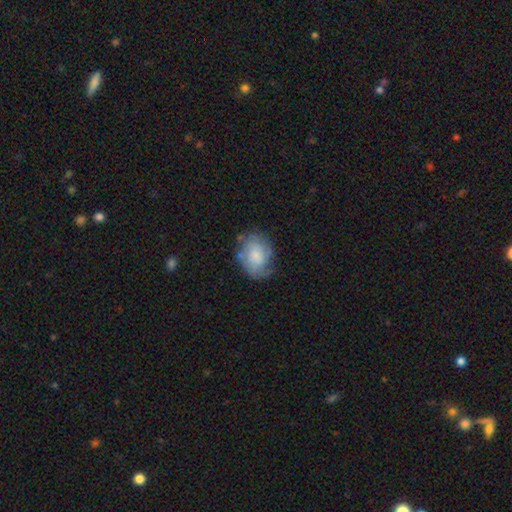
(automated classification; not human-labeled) This appears to be a smooth galaxy with no disk features (56%) that is in between round and cigar-shaped (62%). Merging: none (57%).